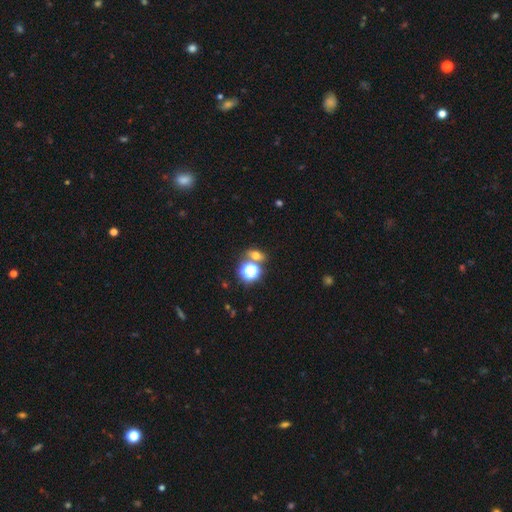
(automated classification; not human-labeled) smooth_or_featured: smooth (p=0.60) [alt: star or artifact p=0.29]
how_rounded: in between (p=0.56) [alt: round p=0.41]
merging: none (p=0.67) [alt: merger p=0.19]